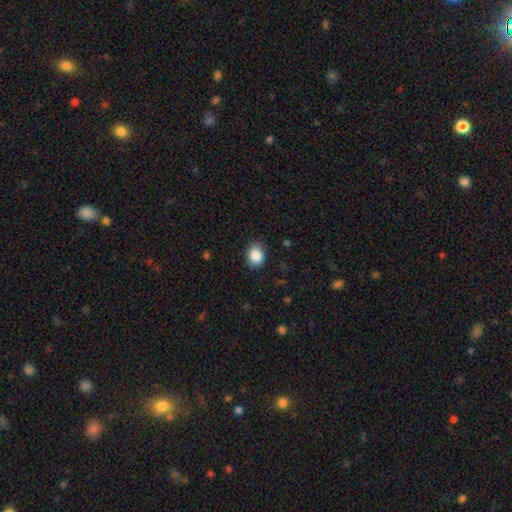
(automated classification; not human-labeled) smooth 87%, star or artifact 9%, featured or disk 4%. Down the decision tree: how rounded — in between (53%); merging — none (84%).